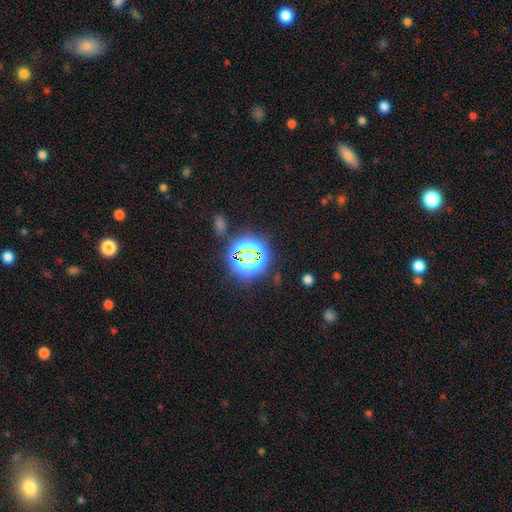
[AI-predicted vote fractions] A star or artifact, not a galaxy (74%).

Vote fractions:
- Smooth or featured? star or artifact: 74% / smooth: 18% / featured or disk: 9%